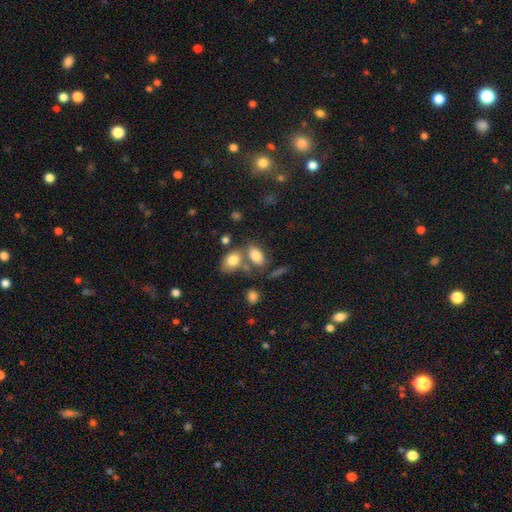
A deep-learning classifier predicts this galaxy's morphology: This appears to be a smooth galaxy with no disk features (79%) that is in between round and cigar-shaped (90%). Merging: none (47%).